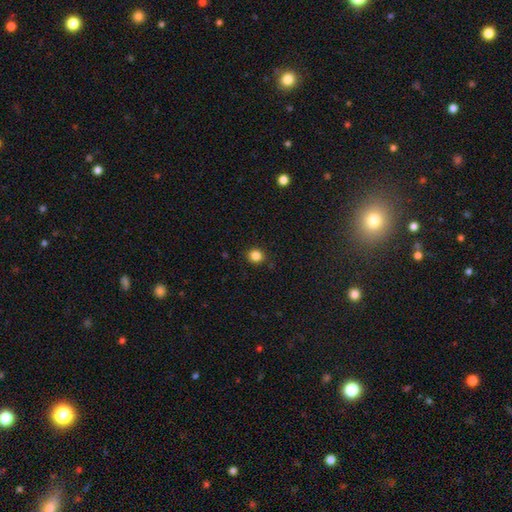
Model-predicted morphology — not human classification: Overall: smooth (84%). How rounded: round (87%). Merging: none (90%).